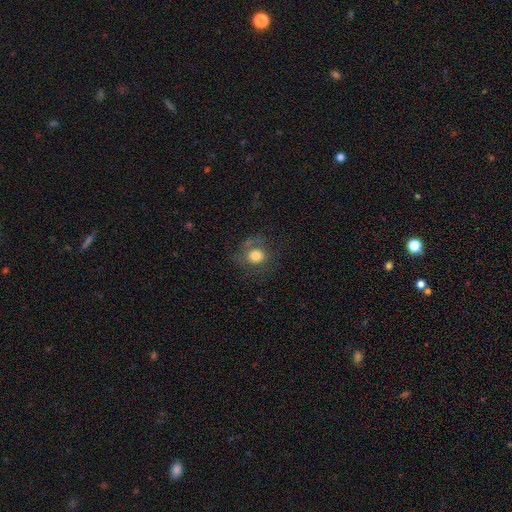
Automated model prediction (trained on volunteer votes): Morphology: type=smooth (70%); roundness=round (77%); merging=none (64%).